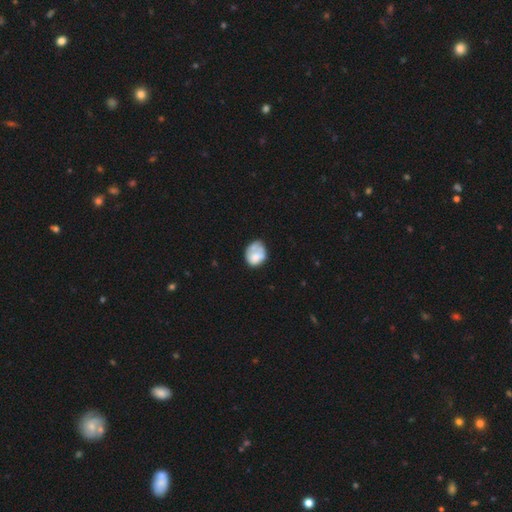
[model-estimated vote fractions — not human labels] This appears to be a smooth galaxy with no disk features (63%) that is in between round and cigar-shaped (50%). Merging: none (42%).